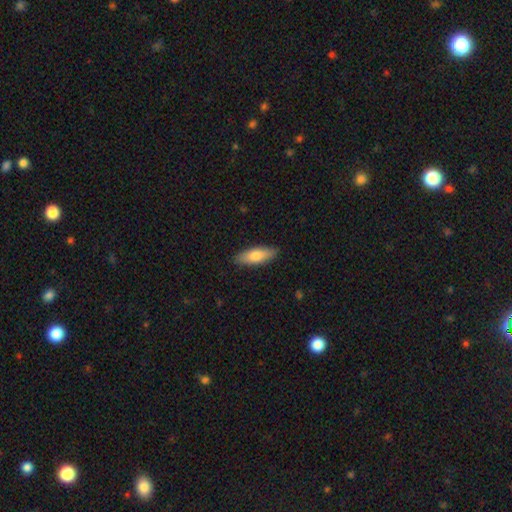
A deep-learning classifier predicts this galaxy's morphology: Smooth or featured? Predicted: smooth (p=0.76). How rounded? Predicted: in between (p=0.60). Merging? Predicted: none (p=0.88).